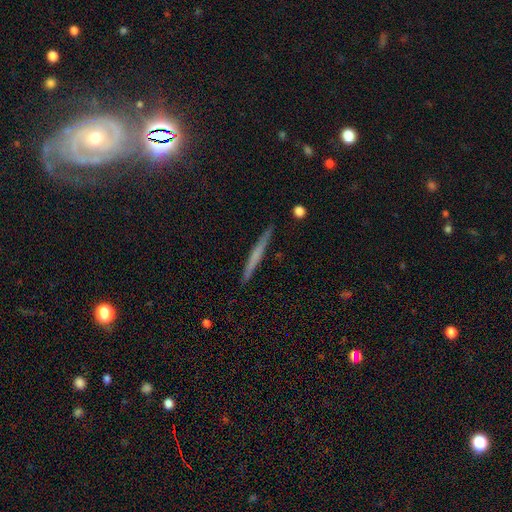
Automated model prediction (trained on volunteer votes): Smooth or featured: featured or disk — 48% (smooth — 44%)
Merging: none — 91% (minor disturbance — 7%)